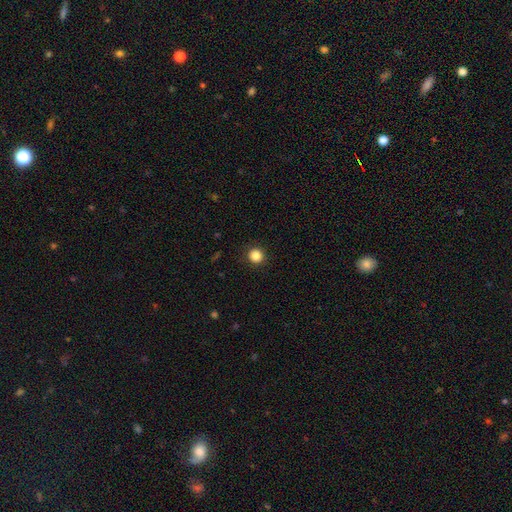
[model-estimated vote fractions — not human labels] A smooth galaxy with no disk features (85%) that is round (95%). Merging: none (92%).